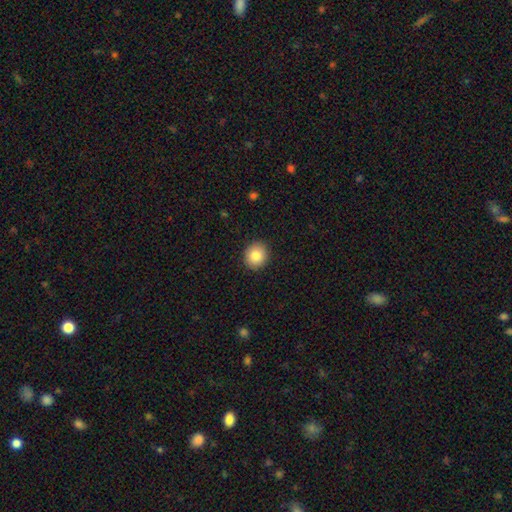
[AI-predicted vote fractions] This is clearly a smooth galaxy (83%). How rounded: clearly round (83%). Merging: clearly none (92%).